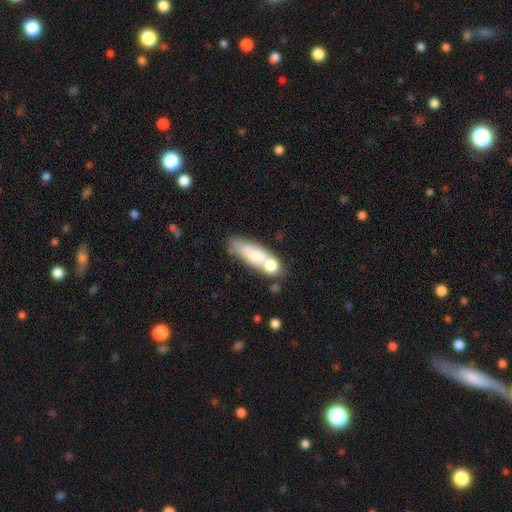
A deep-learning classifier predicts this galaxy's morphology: Smooth or featured?
  - smooth: 68% *
  - featured or disk: 24%
  - star or artifact: 8%
How rounded?
  - in between: 48% * (tied)
  - cigar-shaped: 48% * (tied)
  - round: 4%
Merging?
  - none: 43% *
  - merger: 32%
  - minor disturbance: 16%
  - major disturbance: 8%